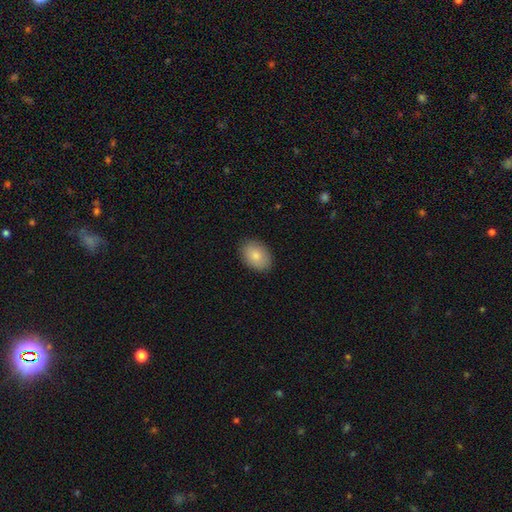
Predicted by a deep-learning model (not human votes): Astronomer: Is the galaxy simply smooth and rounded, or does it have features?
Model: smooth — 85%.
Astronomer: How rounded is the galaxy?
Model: in between — 79%.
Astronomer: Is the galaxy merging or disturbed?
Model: none — 88%.